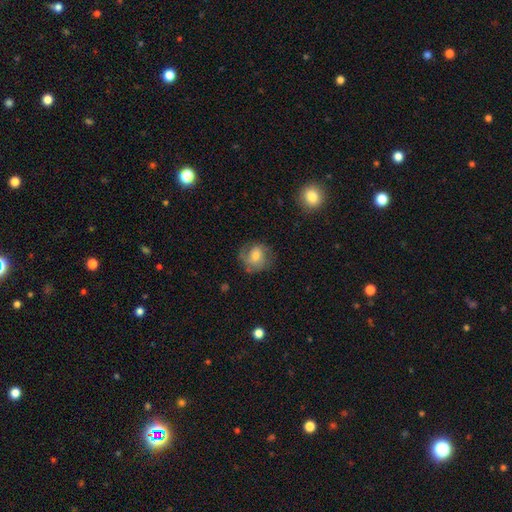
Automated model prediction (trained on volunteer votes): Smooth or featured? Predicted: featured or disk (p=0.51). Edge-on disk? Predicted: no (p=0.97). Merging? Predicted: none (p=0.68).